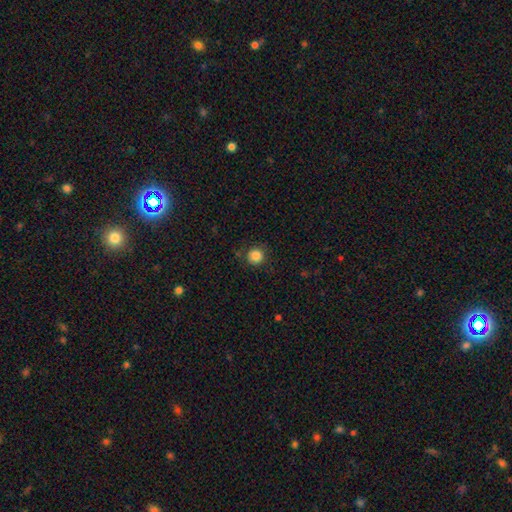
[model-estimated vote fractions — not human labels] A smooth galaxy with no disk features (85%) that is round (93%). Merging: none (85%).